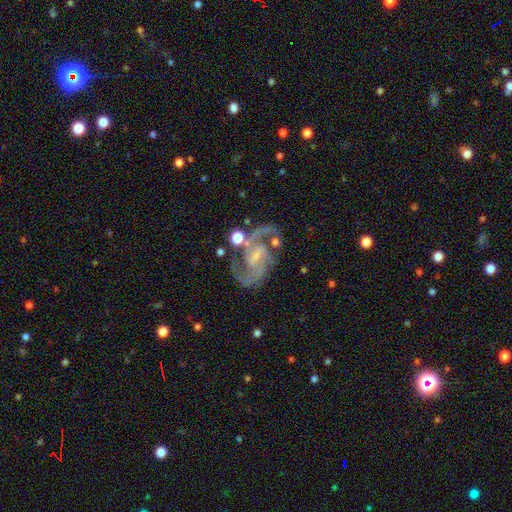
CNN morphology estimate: Q: Smooth or featured?
A: featured or disk (91%); runner-up: star or artifact (5%)
Q: Edge-on disk?
A: no (98%); runner-up: yes (2%)
Q: Bar?
A: weak (50%); runner-up: strong (26%)
Q: Spiral arms?
A: yes (98%); runner-up: no (2%)
Q: Spiral winding?
A: medium (63%); runner-up: tight (22%)
Q: Spiral arm count?
A: 2 (90%); runner-up: 3 (4%)
Q: Bulge size?
A: small (62%); runner-up: none (21%)
Q: Merging?
A: none (67%); runner-up: minor disturbance (17%)